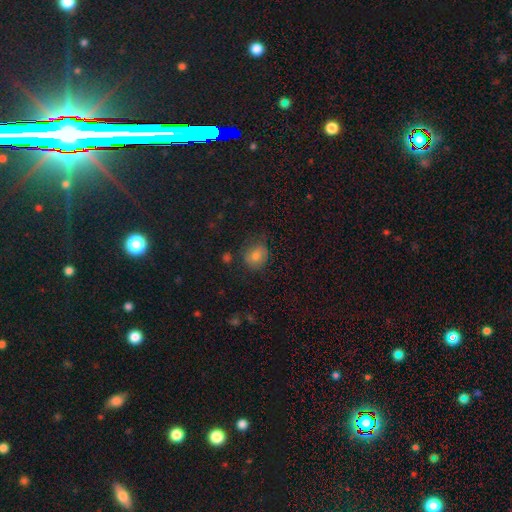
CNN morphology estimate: A smooth galaxy with no disk features (73%) that is round (64%). Merging: none (66%).